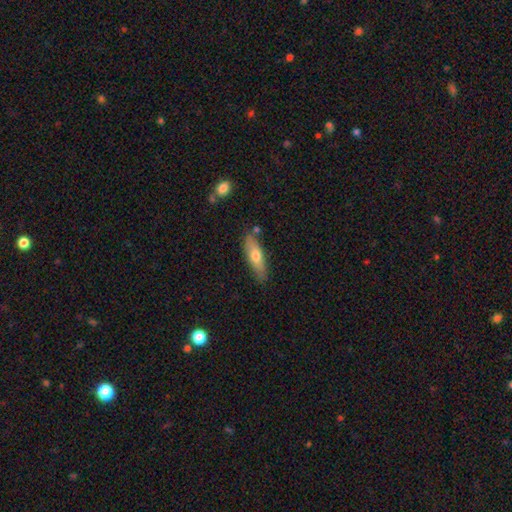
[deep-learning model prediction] Morphology: type=smooth (62%); roundness=cigar-shaped (56%); merging=none (79%).